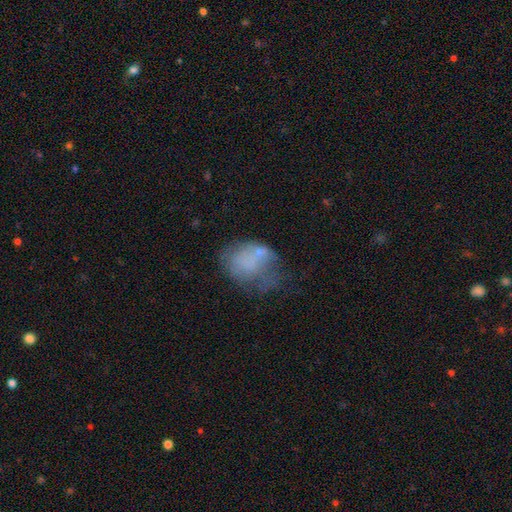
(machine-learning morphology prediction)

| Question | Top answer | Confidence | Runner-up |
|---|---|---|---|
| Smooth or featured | smooth | 56% | featured or disk (32%) |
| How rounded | in between | 65% | round (33%) |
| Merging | major disturbance | 32% | none (30%) |